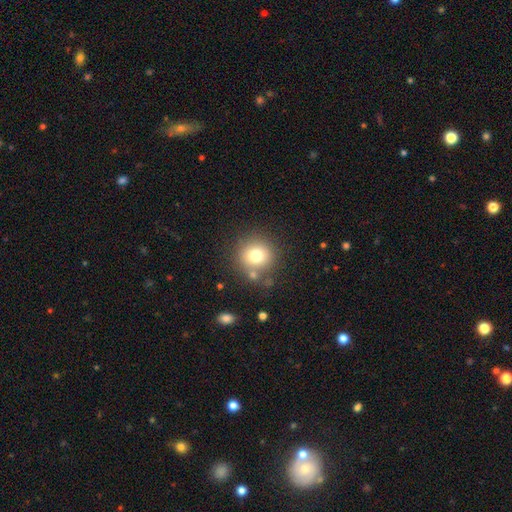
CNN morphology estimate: smooth_or_featured: smooth (p=0.75) [alt: star or artifact p=0.13]
how_rounded: round (p=0.91) [alt: in between p=0.08]
merging: none (p=0.76) [alt: minor disturbance p=0.11]